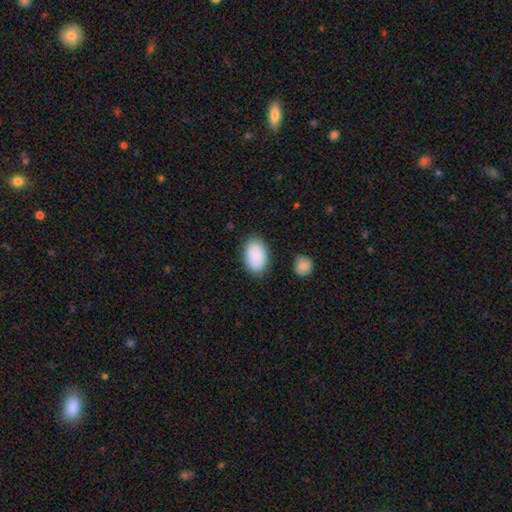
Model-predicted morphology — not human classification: smooth_or_featured: smooth (p=0.88) [alt: star or artifact p=0.06]
how_rounded: in between (p=0.93) [alt: round p=0.06]
merging: none (p=0.82) [alt: minor disturbance p=0.12]